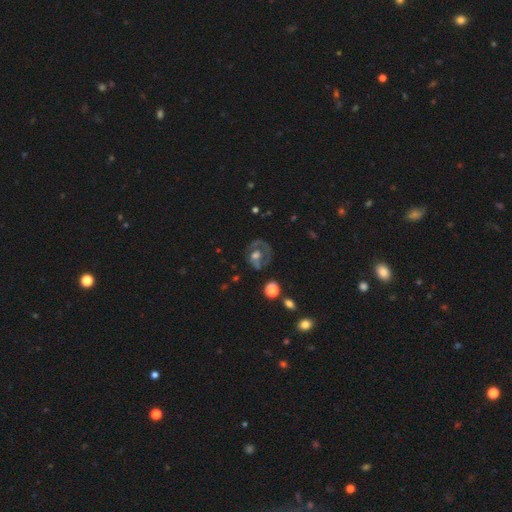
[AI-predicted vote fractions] Overall: featured or disk (61%; smooth 29%). Edge-on disk: no (96%). Bar: no (69%). Spiral arms: no (57%; yes 43%). Bulge size: moderate (55%; large 20%). Merging: none (52%; major disturbance 23%).